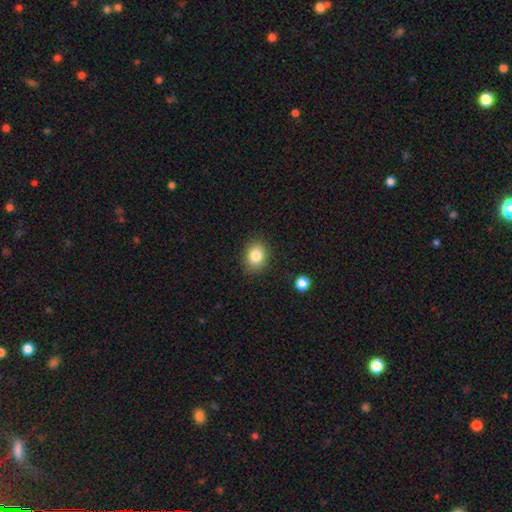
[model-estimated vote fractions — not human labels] This appears to be a smooth galaxy with no disk features (83%) that is in between round and cigar-shaped (55%). Merging: none (86%).